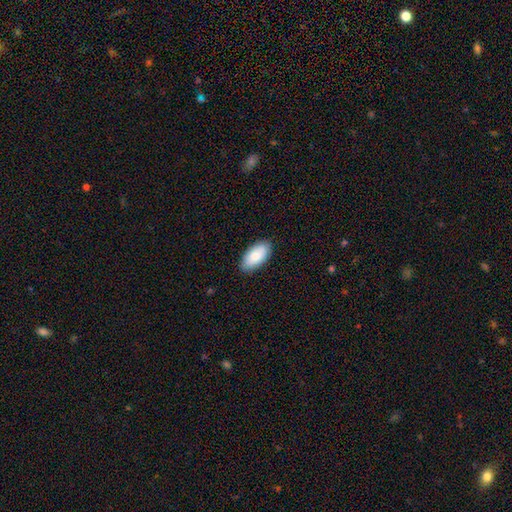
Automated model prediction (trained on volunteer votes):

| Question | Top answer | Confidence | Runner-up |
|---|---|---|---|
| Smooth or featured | smooth | 84% | featured or disk (11%) |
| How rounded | in between | 94% | cigar-shaped (4%) |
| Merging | none | 88% | minor disturbance (10%) |